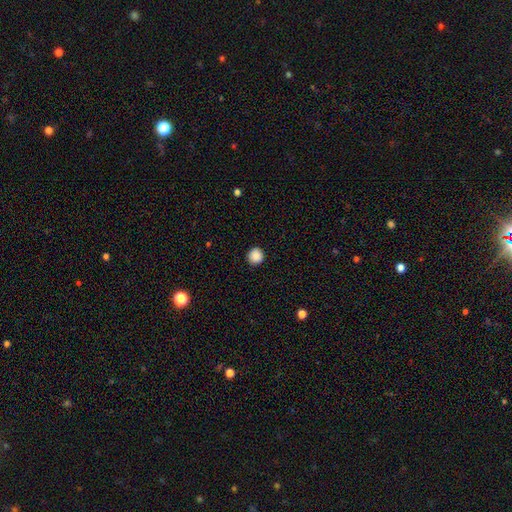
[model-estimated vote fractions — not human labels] This is clearly a smooth galaxy (88%). How rounded: clearly round (94%). Merging: clearly none (92%).